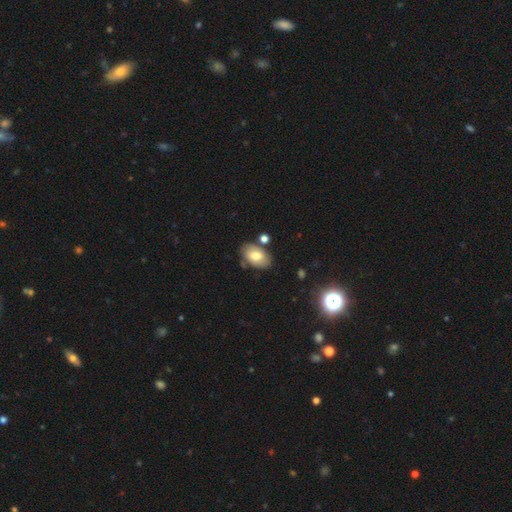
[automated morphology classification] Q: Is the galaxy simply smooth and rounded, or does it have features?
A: smooth — 69%.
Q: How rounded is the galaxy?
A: in between — 90%.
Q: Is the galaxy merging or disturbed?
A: none — 72%.